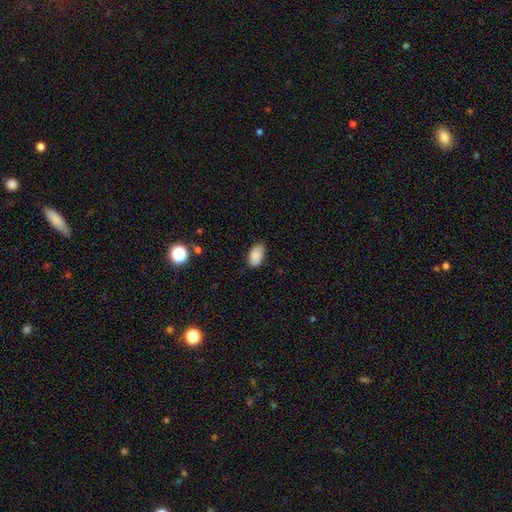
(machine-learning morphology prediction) smooth-or-featured: smooth: 88% | star or artifact: 7% | featured or disk: 5%
  how-rounded: in between: 93% | round: 5% | cigar-shaped: 2%
  merging: none: 76% | minor disturbance: 20% | major disturbance: 3% | merger: 1%